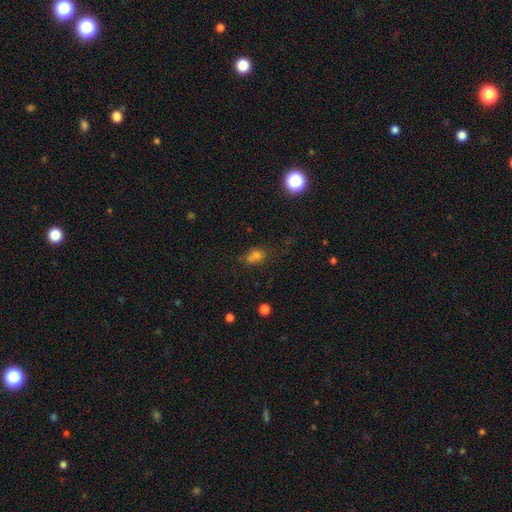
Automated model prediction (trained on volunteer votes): Smooth or featured? Predicted: smooth (p=0.66). How rounded? Predicted: in between (p=0.50). Merging? Predicted: none (p=0.48).